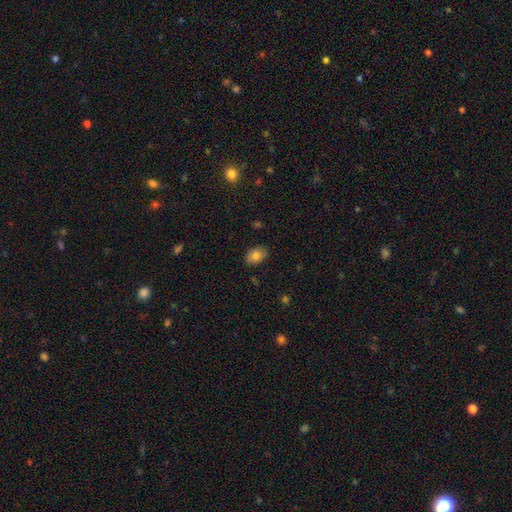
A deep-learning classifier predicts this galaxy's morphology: Smooth or featured?
  - smooth: 81% *
  - featured or disk: 10%
  - star or artifact: 8%
How rounded?
  - in between: 85% *
  - round: 14%
  - cigar-shaped: 1%
Merging?
  - none: 82% *
  - minor disturbance: 14%
  - major disturbance: 3%
  - merger: 1%